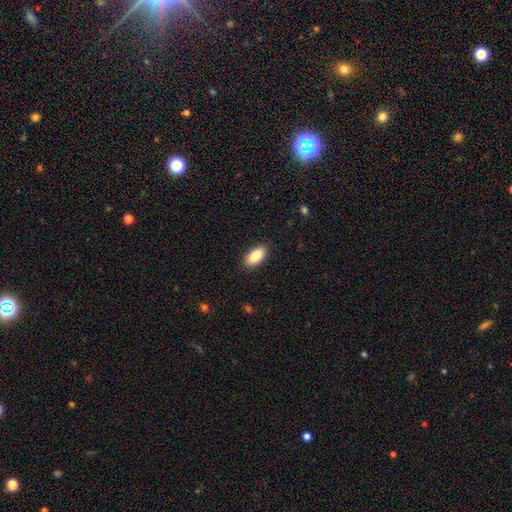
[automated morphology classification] The model was most divided on "smooth or featured": smooth: 87%, featured or disk: 7%, star or artifact: 6%. More confident: how rounded — in between (92%); merging — none (89%).